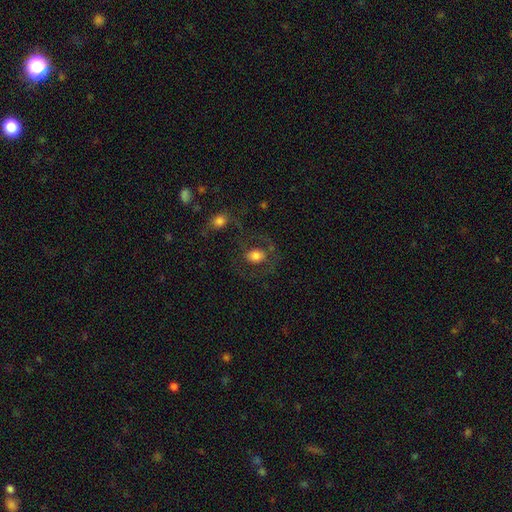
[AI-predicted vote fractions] Overall: smooth (62%; featured or disk 27%). How rounded: in between (54%; round 44%). Merging: none (61%).